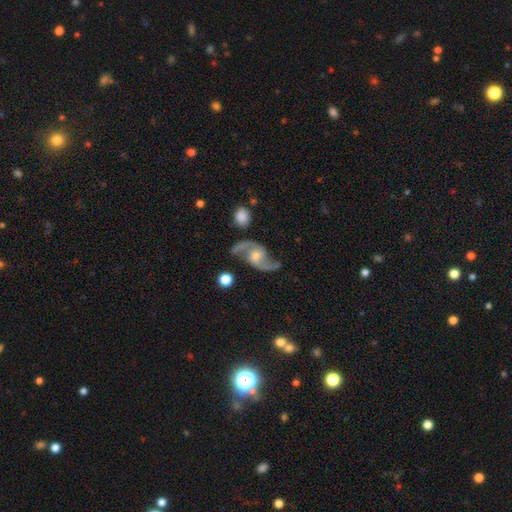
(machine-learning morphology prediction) smooth-or-featured: featured or disk: 90% | star or artifact: 5% | smooth: 4%
  disk-edge-on: no: 97% | yes: 3%
    bar: no: 56% | weak: 35% | strong: 9%
    has-spiral-arms: yes: 98% | no: 2%
      spiral-winding: loose: 65% | medium: 29% | tight: 6%
      spiral-arm-count: 2: 94% | can't tell: 1% | 1: 1% | 3: 1% | 4: 1% | more than 4: 1%
    bulge-size: moderate: 53% | small: 36% | large: 6% | none: 4% | dominant: 1%
  merging: none: 78% | minor disturbance: 13% | major disturbance: 6% | merger: 3%